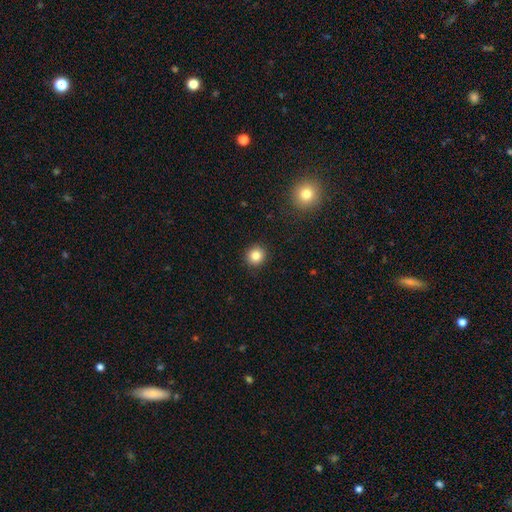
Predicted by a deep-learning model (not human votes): The model was most divided on "smooth or featured": smooth: 83%, star or artifact: 11%, featured or disk: 5%. More confident: merging — none (92%); how rounded — round (89%).